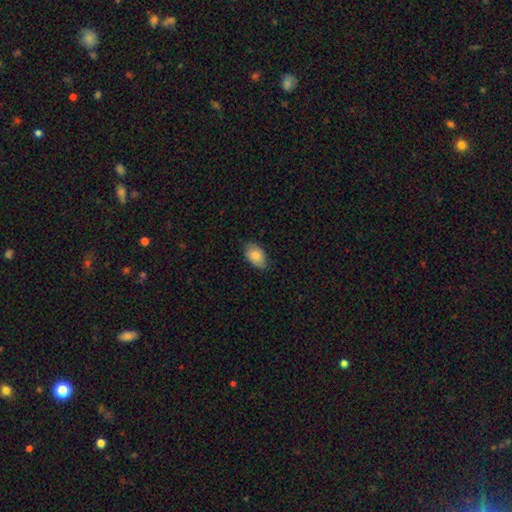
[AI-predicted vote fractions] A smooth galaxy with no disk features (86%) that is in between round and cigar-shaped (90%).

Vote fractions:
- Smooth or featured? smooth: 86% / featured or disk: 7% / star or artifact: 7%
- How rounded? in between: 90% / round: 9% / cigar-shaped: 1%
- Merging? none: 81% / minor disturbance: 15% / major disturbance: 3% / merger: 1%